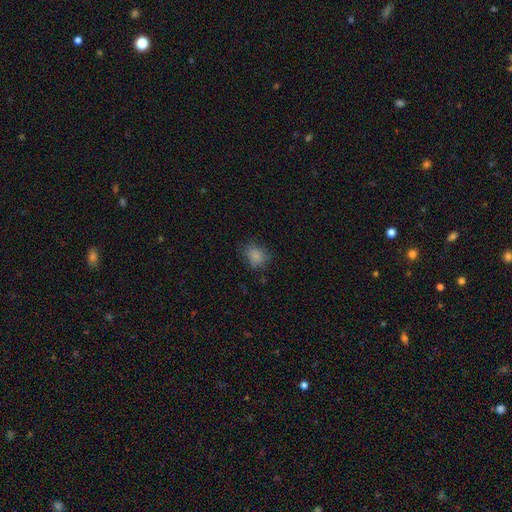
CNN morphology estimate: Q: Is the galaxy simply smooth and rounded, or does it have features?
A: smooth — 83%.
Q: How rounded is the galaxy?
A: in between — 50%.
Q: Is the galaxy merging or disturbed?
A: none — 71%.